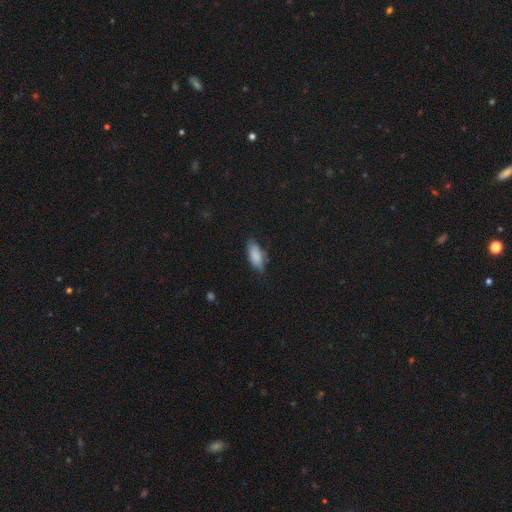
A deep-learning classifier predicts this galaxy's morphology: Smooth or featured: smooth — 84% (featured or disk — 9%)
How rounded: in between — 80% (cigar-shaped — 18%)
Merging: none — 69% (minor disturbance — 24%)